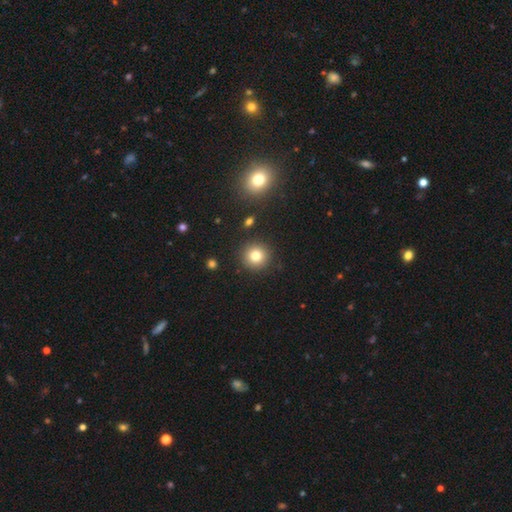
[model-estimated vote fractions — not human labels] Smooth or featured? Predicted: smooth (p=0.78). How rounded? Predicted: round (p=0.94). Merging? Predicted: none (p=0.90).